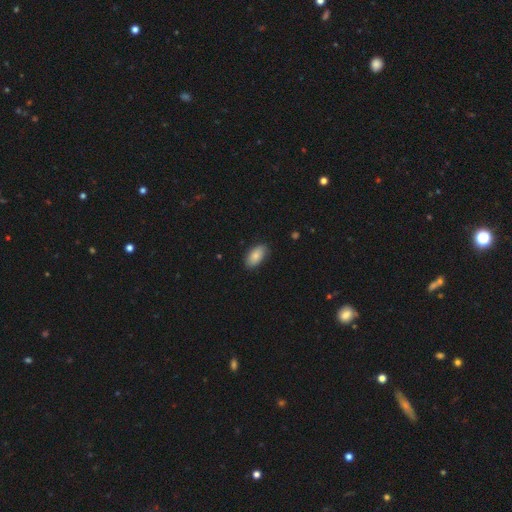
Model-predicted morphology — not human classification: A smooth galaxy with no disk features (84%) that is in between round and cigar-shaped (94%). Merging: none (83%).